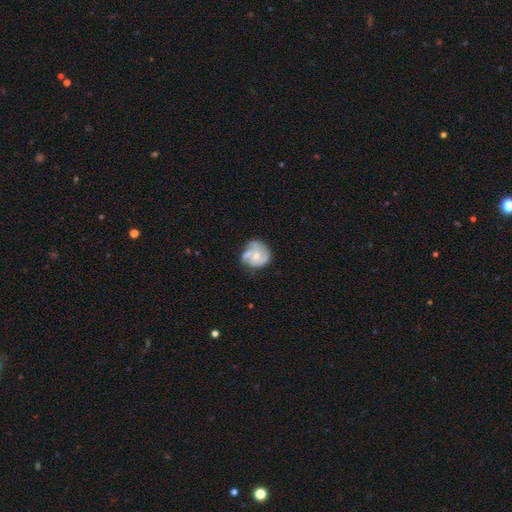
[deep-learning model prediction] This appears to be a featured or disk galaxy (71%) with no bar (72%), 3 (50%) medium (44%) spiral arms (88%) and a small central bulge (51%). Merging: none (55%).